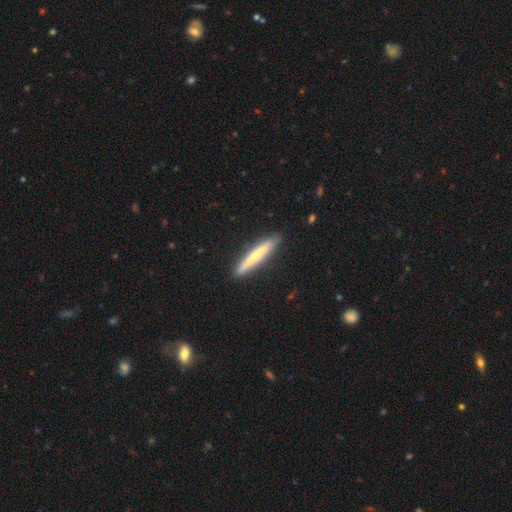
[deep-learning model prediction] Smooth or featured? smooth (58%)
How rounded? cigar-shaped (94%)
Merging? none (89%)